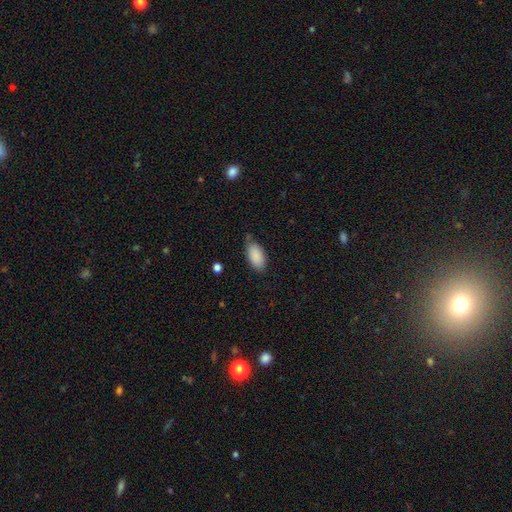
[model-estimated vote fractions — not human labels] Smooth or featured: smooth — 89% (star or artifact — 7%)
How rounded: in between — 94% (cigar-shaped — 3%)
Merging: none — 71% (minor disturbance — 22%)